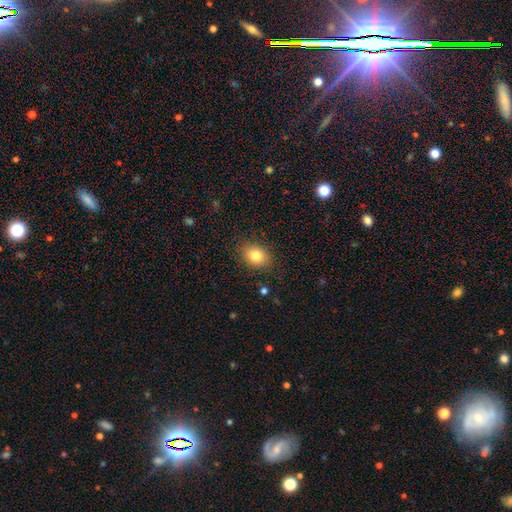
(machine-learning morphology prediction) A smooth galaxy with no disk features (82%) that is in between round and cigar-shaped (60%). Merging: none (86%).